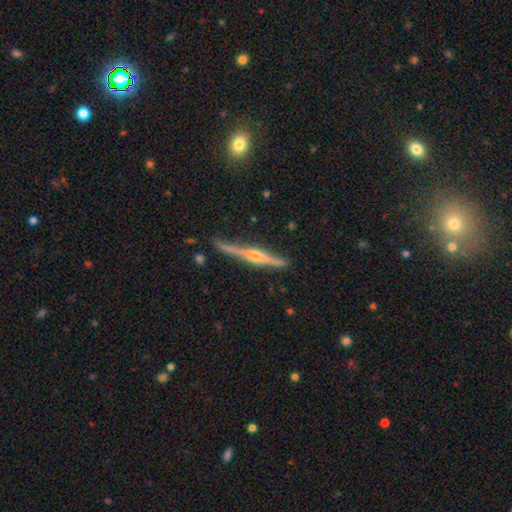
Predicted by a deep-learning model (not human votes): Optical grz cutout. It shows a featured or disk galaxy (84%) viewed edge-on (98%) with a rounded central bulge (87%). Merging: none (84%).